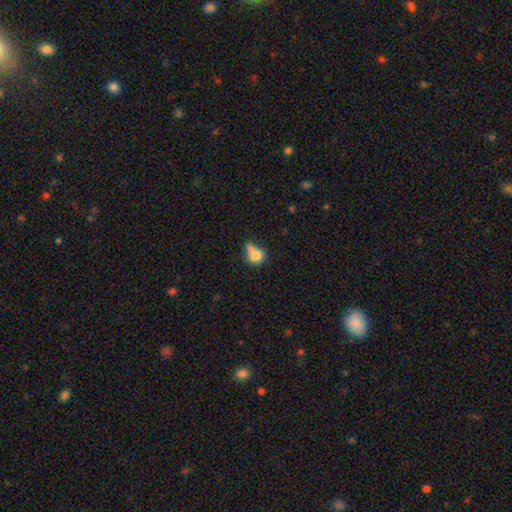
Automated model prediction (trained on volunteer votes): smooth 76%, featured or disk 14%, star or artifact 10%. Down the decision tree: how rounded — round (65%); merging — merger (36%).